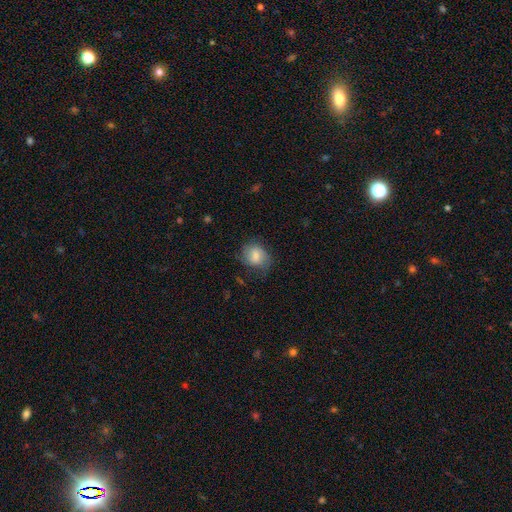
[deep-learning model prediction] The model was most divided on "how rounded": round: 56%, in between: 43%, cigar-shaped: 1%. More confident: smooth or featured — smooth (70%); merging — none (60%).